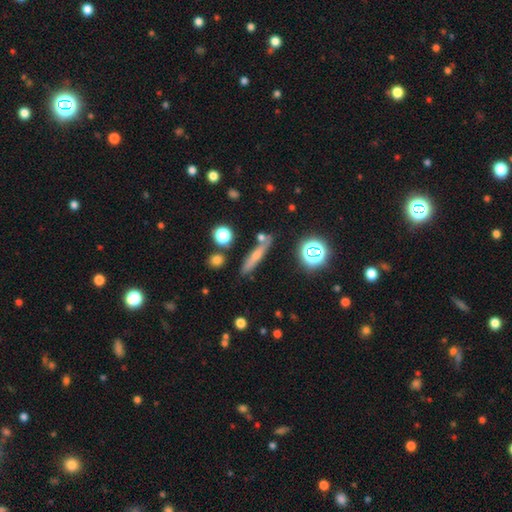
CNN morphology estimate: A smooth galaxy with no disk features (53%) that is cigar-shaped (83%). Merging: none (77%).